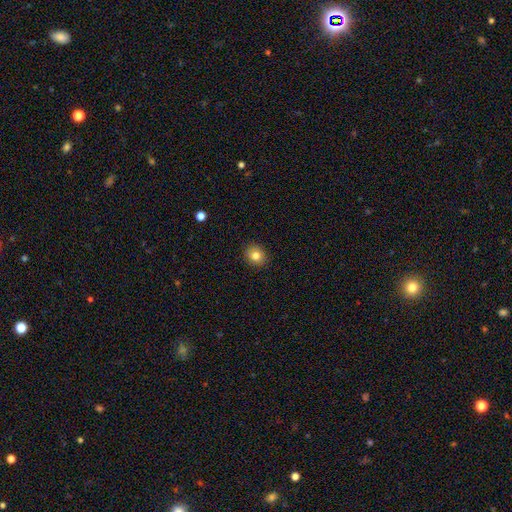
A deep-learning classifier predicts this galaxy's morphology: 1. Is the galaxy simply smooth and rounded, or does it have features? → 81% smooth, 11% star or artifact, 8% featured or disk.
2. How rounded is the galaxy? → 71% round, 28% in between, 1% cigar-shaped.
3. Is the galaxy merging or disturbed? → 90% none, 7% minor disturbance, 2% major disturbance, 1% merger.